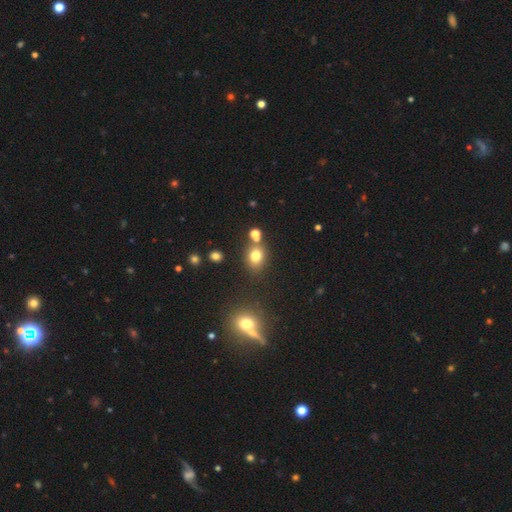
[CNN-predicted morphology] A smooth galaxy with no disk features (76%) that is round (63%).

Vote fractions:
- Smooth or featured? smooth: 76% / star or artifact: 16% / featured or disk: 8%
- How rounded? round: 63% / in between: 36% / cigar-shaped: 1%
- Merging? none: 68% / merger: 17% / minor disturbance: 11% / major disturbance: 4%